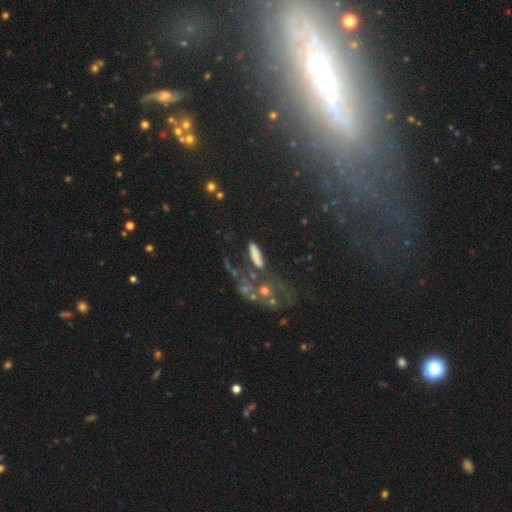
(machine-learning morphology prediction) Smooth or featured? Predicted: smooth (p=0.68). How rounded? Predicted: cigar-shaped (p=0.51). Merging? Predicted: none (p=0.46).